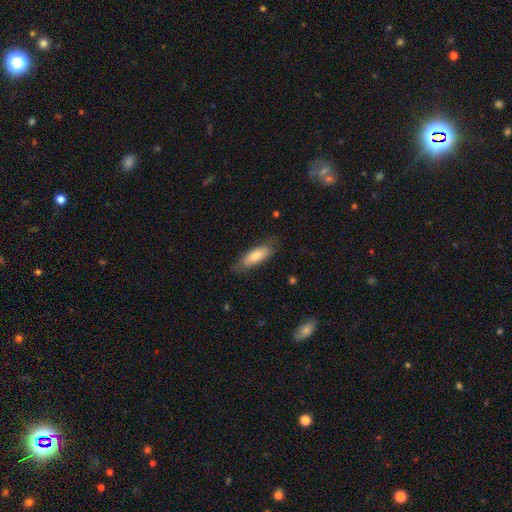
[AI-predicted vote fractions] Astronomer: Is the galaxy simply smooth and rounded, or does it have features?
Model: smooth — 77%.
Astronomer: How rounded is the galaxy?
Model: in between — 66%.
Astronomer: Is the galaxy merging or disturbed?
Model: none — 75%.